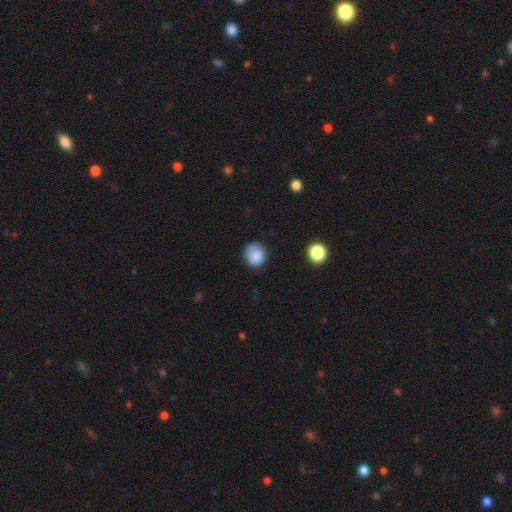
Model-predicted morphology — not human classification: The model was most divided on "merging": none: 74%, minor disturbance: 20%, major disturbance: 5%, merger: 2%. More confident: smooth or featured — smooth (86%); how rounded — round (81%).